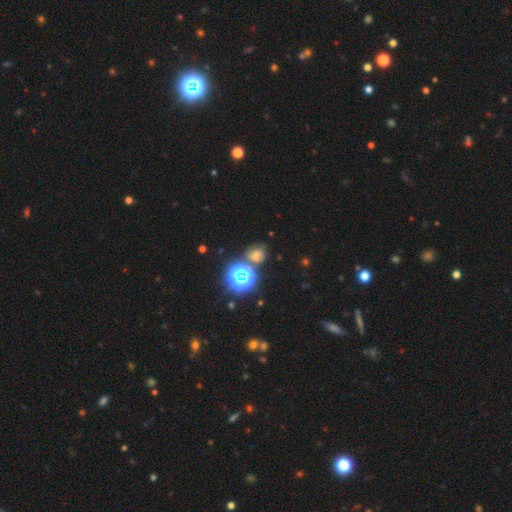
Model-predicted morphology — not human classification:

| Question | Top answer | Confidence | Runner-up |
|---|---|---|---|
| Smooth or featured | smooth | 50% | star or artifact (38%) |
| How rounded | round | 75% | in between (24%) |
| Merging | none | 65% | minor disturbance (14%) |